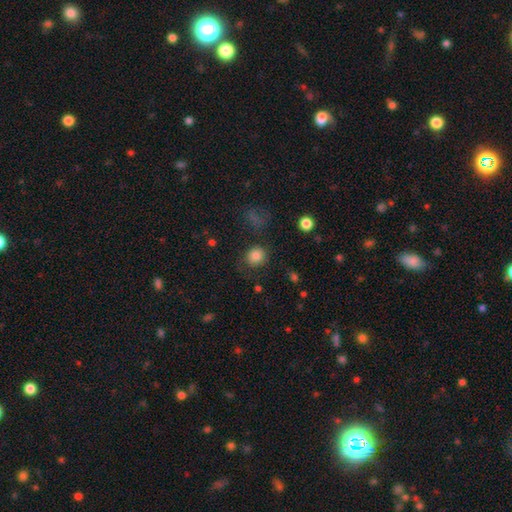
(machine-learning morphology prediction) A smooth galaxy with no disk features (84%) that is round (81%).

Vote fractions:
- Smooth or featured? smooth: 84% / star or artifact: 10% / featured or disk: 6%
- How rounded? round: 81% / in between: 18% / cigar-shaped: 1%
- Merging? none: 78% / minor disturbance: 13% / major disturbance: 6% / merger: 3%